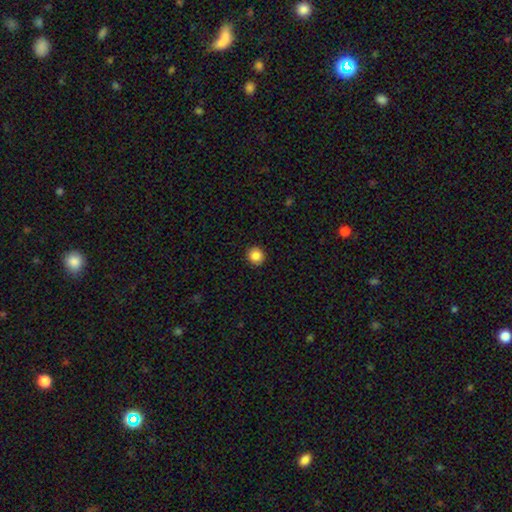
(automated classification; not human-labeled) This is clearly a smooth galaxy (86%). How rounded: clearly round (90%). Merging: clearly none (93%).